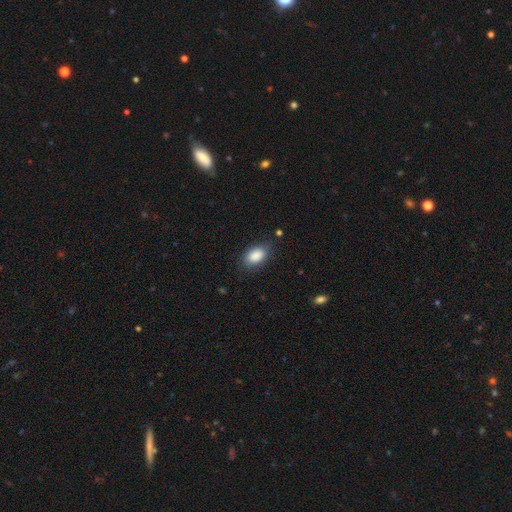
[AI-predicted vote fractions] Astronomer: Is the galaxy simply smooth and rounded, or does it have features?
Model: smooth — 89%.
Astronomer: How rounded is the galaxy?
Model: in between — 91%.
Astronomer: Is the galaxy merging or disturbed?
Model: none — 82%.